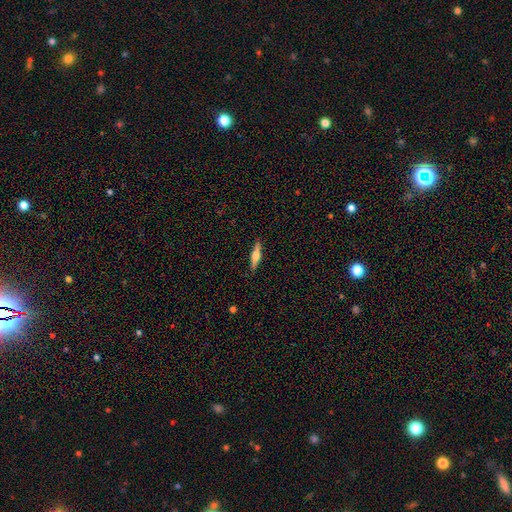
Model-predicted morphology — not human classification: A featured or disk galaxy (51%) viewed edge-on (96%).

Vote fractions:
- Smooth or featured? featured or disk: 51% / smooth: 43% / star or artifact: 6%
- Edge-on disk? yes: 96% / no: 4%
- Merging? none: 89% / minor disturbance: 8% / major disturbance: 2% / merger: 1%